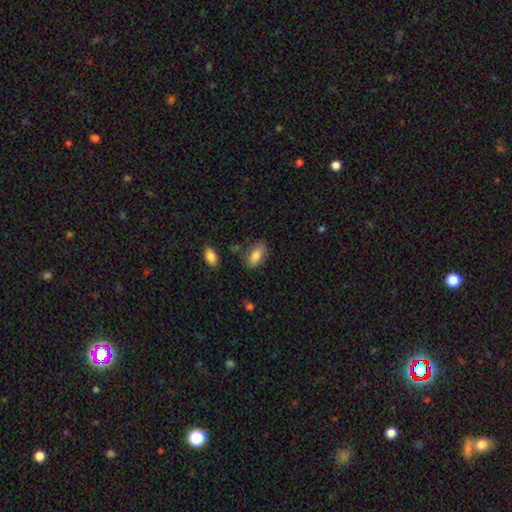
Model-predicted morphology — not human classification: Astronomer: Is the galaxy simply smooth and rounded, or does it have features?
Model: smooth — 84%.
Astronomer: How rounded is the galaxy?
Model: in between — 89%.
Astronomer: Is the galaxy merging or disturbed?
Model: none — 74%.